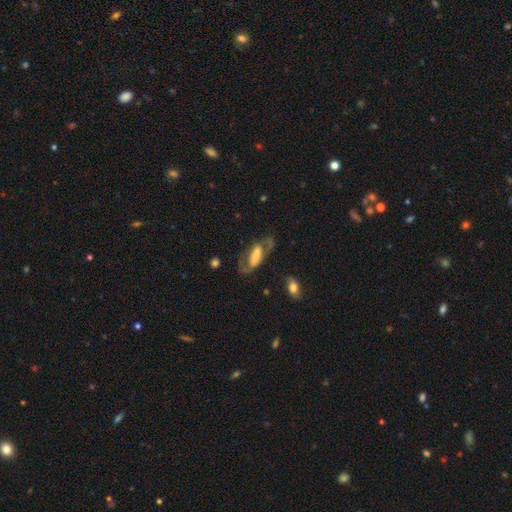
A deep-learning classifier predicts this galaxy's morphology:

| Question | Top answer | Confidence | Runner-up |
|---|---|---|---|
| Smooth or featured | featured or disk | 57% | smooth (35%) |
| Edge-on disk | no | 86% | yes (14%) |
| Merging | none | 54% | major disturbance (23%) |